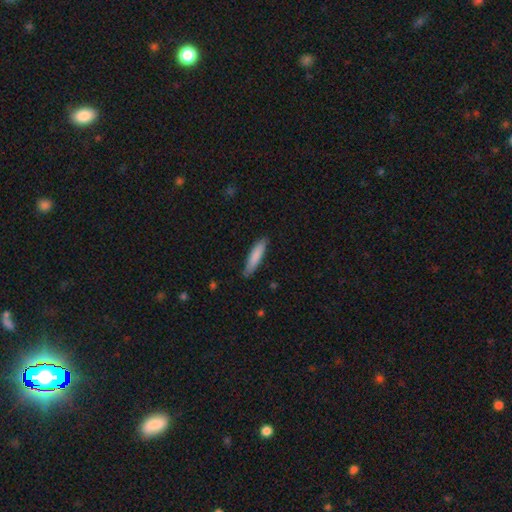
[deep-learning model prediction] This appears to be a smooth galaxy with no disk features (82%) that is cigar-shaped (82%). Merging: none (83%).